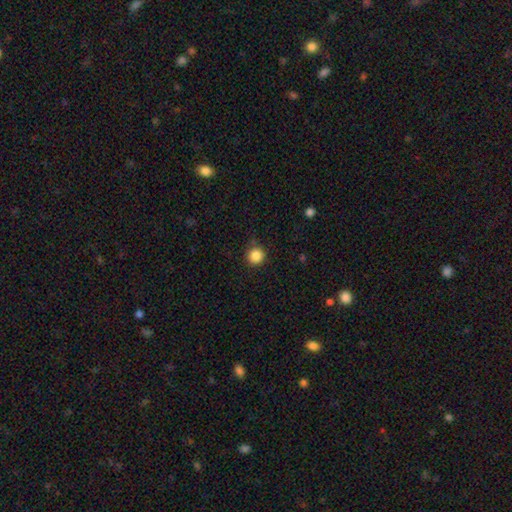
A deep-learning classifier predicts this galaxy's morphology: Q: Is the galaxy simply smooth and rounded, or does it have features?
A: smooth — 86%.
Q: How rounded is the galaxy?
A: round — 95%.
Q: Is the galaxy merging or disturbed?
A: none — 87%.